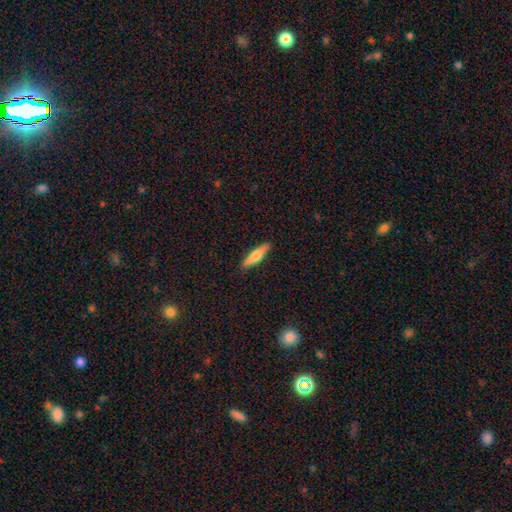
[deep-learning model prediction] Smooth or featured? smooth (64%)
How rounded? cigar-shaped (73%)
Merging? none (89%)